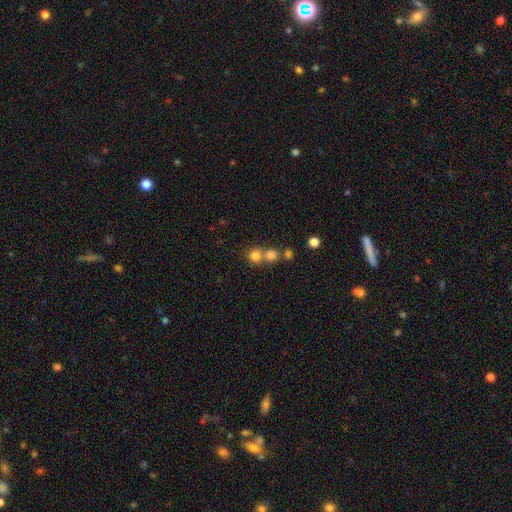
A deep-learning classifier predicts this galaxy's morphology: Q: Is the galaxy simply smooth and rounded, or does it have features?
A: smooth — 78%.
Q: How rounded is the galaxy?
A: round — 88%.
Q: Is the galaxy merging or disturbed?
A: none — 48%.